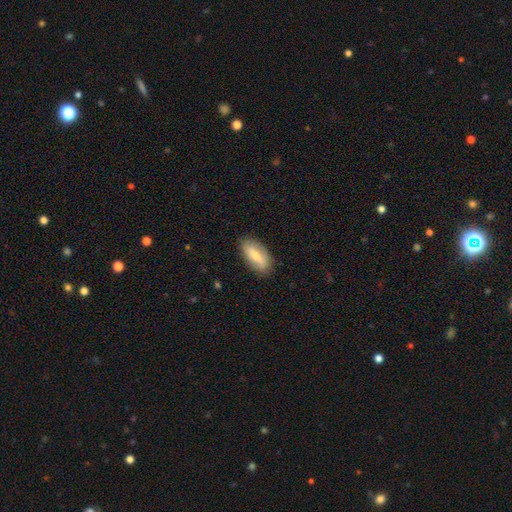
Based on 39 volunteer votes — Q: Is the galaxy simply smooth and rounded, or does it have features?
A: smooth — 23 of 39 (59%).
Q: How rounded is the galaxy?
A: in between — 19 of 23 (83%).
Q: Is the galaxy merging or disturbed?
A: none — 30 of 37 (81%).